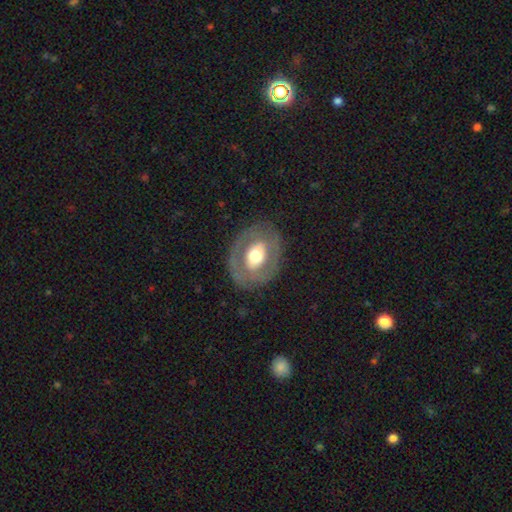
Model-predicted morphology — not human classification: smooth-or-featured: featured or disk: 57% | smooth: 37% | star or artifact: 6%
  disk-edge-on: no: 93% | yes: 7%
    bar: no: 59% | weak: 25% | strong: 16%
    has-spiral-arms: no: 77% | yes: 23%
    bulge-size: moderate: 53% | large: 35% | small: 6% | dominant: 4% | none: 1%
  merging: none: 78% | minor disturbance: 13% | major disturbance: 8% | merger: 1%